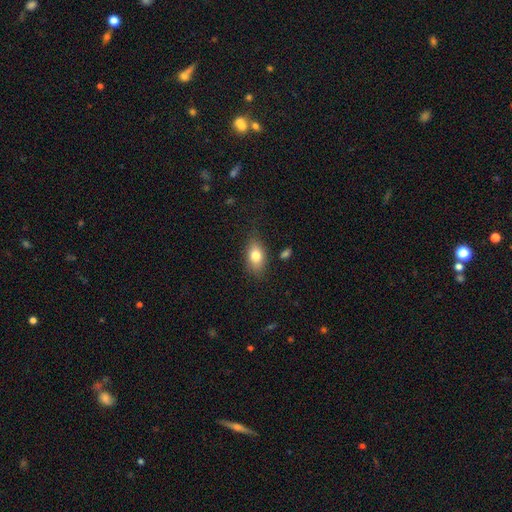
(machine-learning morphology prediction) Smooth or featured? Predicted: smooth (p=0.79). How rounded? Predicted: in between (p=0.86). Merging? Predicted: none (p=0.78).